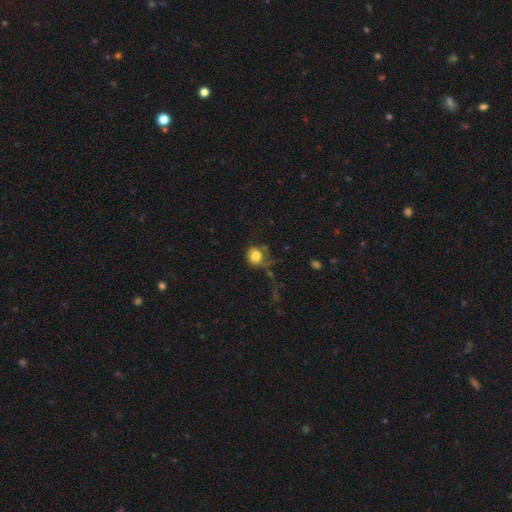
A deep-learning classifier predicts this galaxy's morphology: A smooth galaxy with no disk features (80%) that is round (82%).

Vote fractions:
- Smooth or featured? smooth: 80% / featured or disk: 11% / star or artifact: 10%
- How rounded? round: 82% / in between: 17% / cigar-shaped: 1%
- Merging? none: 50% / minor disturbance: 23% / major disturbance: 20% / merger: 7%